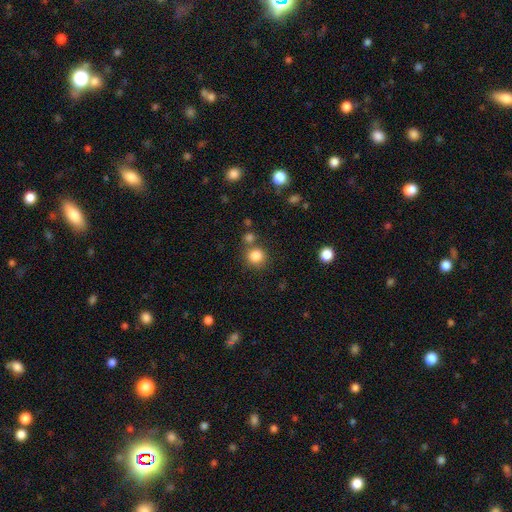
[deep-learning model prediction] Overall: smooth (85%). How rounded: round (90%). Merging: none (72%).